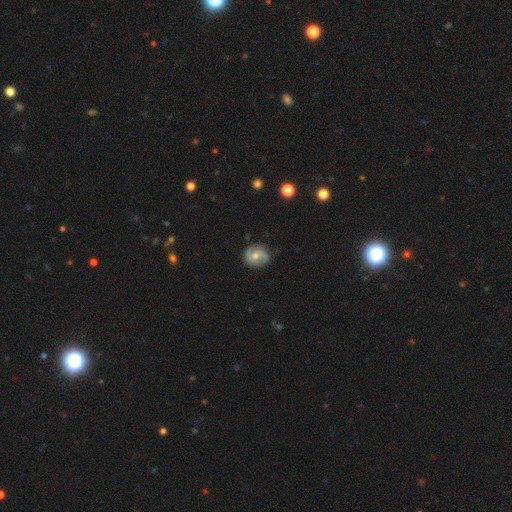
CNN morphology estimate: Overall: featured or disk (66%; smooth 27%). Edge-on disk: no (98%). Bar: no (46%; weak 44%). Spiral arms: yes (89%). Spiral arm count: 2 (86%). Spiral winding: medium (46%; tight 30%). Bulge size: moderate (65%; small 29%). Merging: none (80%).